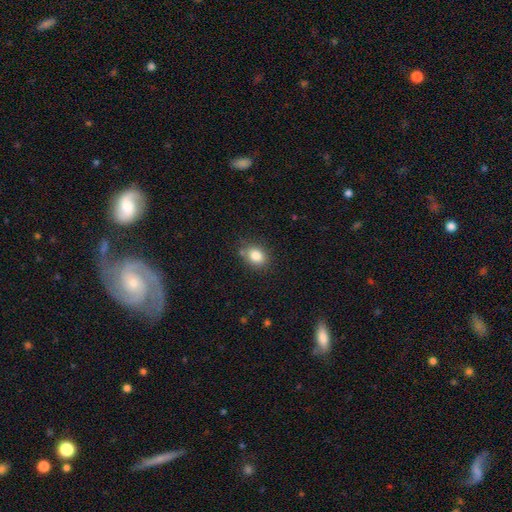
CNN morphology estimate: smooth_or_featured: smooth (p=0.83) [alt: star or artifact p=0.10]
how_rounded: in between (p=0.56) [alt: round p=0.43]
merging: none (p=0.78) [alt: minor disturbance p=0.14]